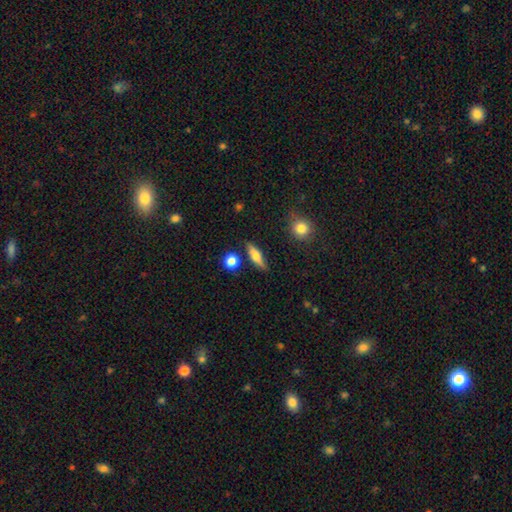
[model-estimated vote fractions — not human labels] smooth_or_featured: smooth (p=0.60) [alt: featured or disk p=0.32]
how_rounded: cigar-shaped (p=0.49) [alt: in between p=0.44]
merging: none (p=0.79) [alt: minor disturbance p=0.13]